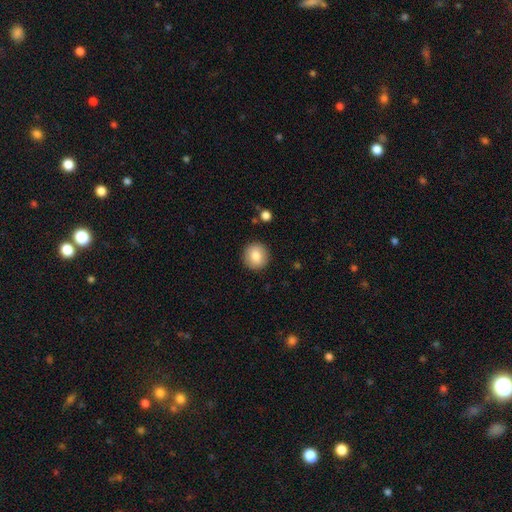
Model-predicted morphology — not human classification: Smooth or featured? Predicted: smooth (p=0.84). How rounded? Predicted: round (p=0.92). Merging? Predicted: none (p=0.91).